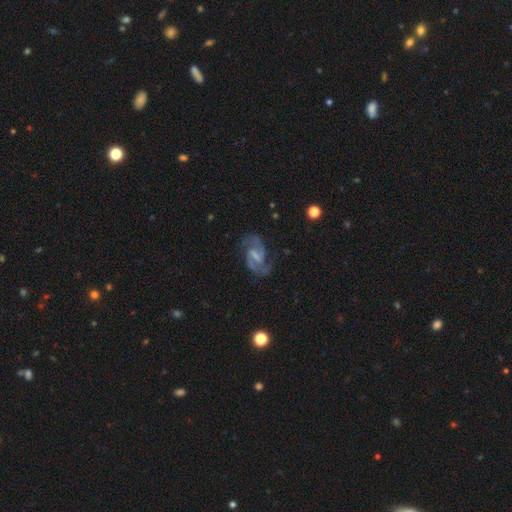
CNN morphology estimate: The model was most divided on "bulge size": none: 45%, small: 34%, moderate: 17%, large: 2%, dominant: 1%. More confident: edge-on disk — no (98%); spiral arms — yes (97%); spiral arm count — 2 (91%); smooth or featured — featured or disk (90%); merging — none (74%); spiral winding — medium (60%); bar — weak (52%).